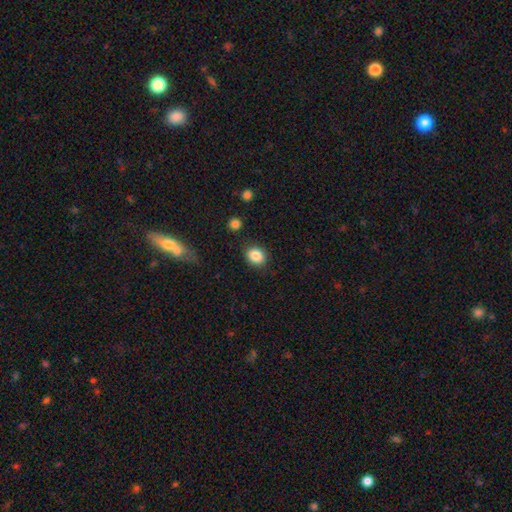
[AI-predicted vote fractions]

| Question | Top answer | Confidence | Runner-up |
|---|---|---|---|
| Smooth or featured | smooth | 86% | star or artifact (9%) |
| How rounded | round | 54% | in between (45%) |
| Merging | none | 85% | minor disturbance (10%) |